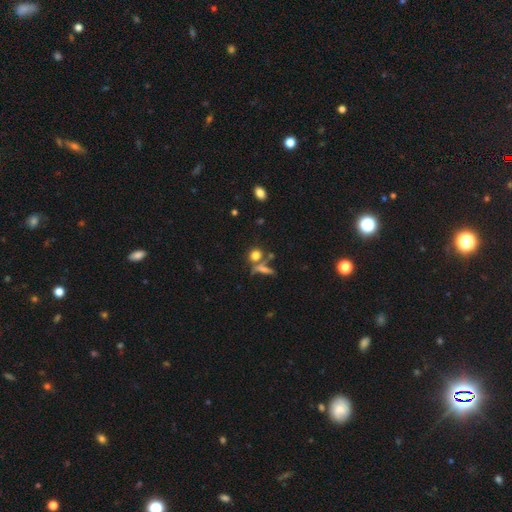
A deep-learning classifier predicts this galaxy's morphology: smooth_or_featured: smooth (p=0.72) [alt: star or artifact p=0.16]
how_rounded: round (p=0.73) [alt: in between p=0.21]
merging: none (p=0.58) [alt: merger p=0.26]